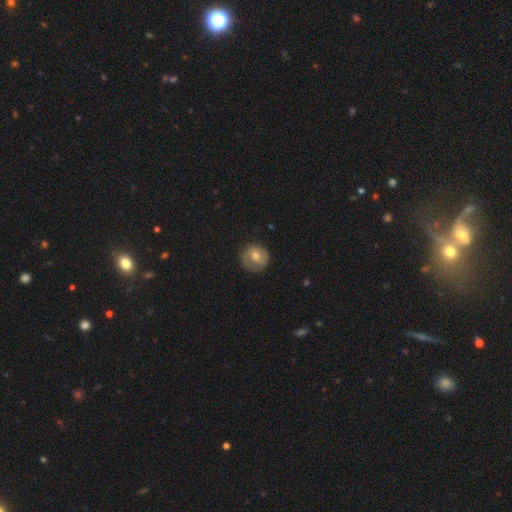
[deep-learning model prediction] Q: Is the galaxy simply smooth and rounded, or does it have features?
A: smooth — 55%.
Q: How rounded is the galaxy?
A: round — 87%.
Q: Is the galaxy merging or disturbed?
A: none — 79%.